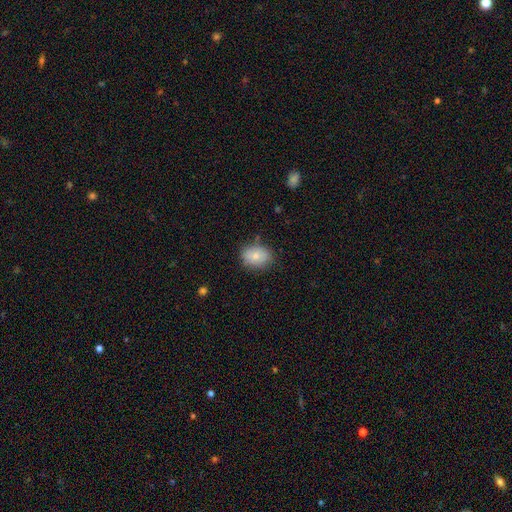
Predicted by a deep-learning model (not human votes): smooth 80%, featured or disk 12%, star or artifact 8%. Down the decision tree: how rounded — in between (67%); merging — none (80%).